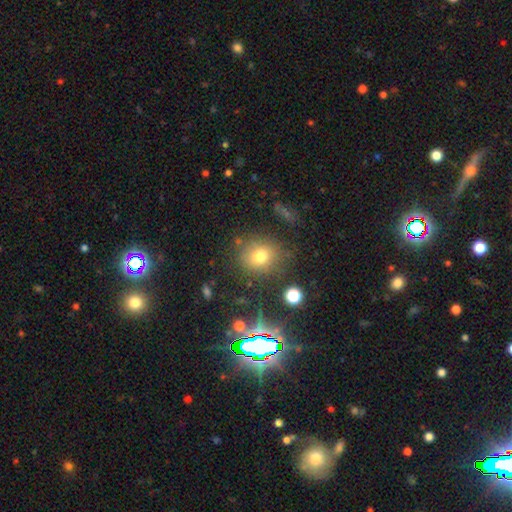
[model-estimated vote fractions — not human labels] smooth_or_featured: smooth (p=0.64) [alt: star or artifact p=0.26]
how_rounded: round (p=0.77) [alt: in between p=0.22]
merging: none (p=0.83) [alt: minor disturbance p=0.10]